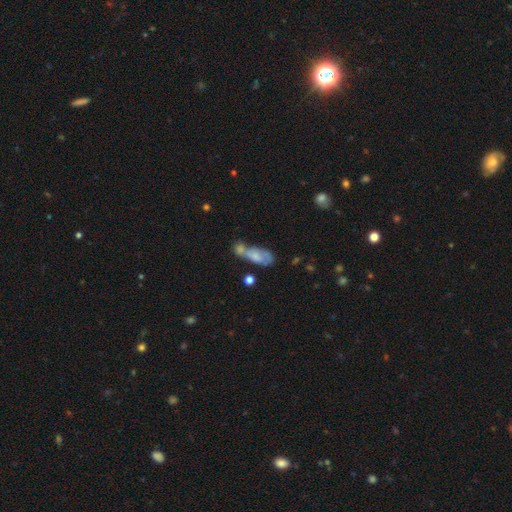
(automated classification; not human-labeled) smooth_or_featured: smooth (p=0.52) [alt: featured or disk p=0.39]
how_rounded: in between (p=0.80) [alt: cigar-shaped p=0.15]
merging: merger (p=0.49) [alt: none p=0.25]